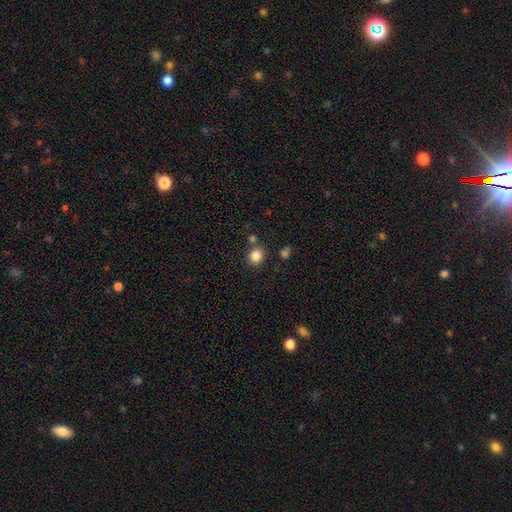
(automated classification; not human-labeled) smooth 85%, star or artifact 11%, featured or disk 5%. Down the decision tree: how rounded — round (77%); merging — none (78%).